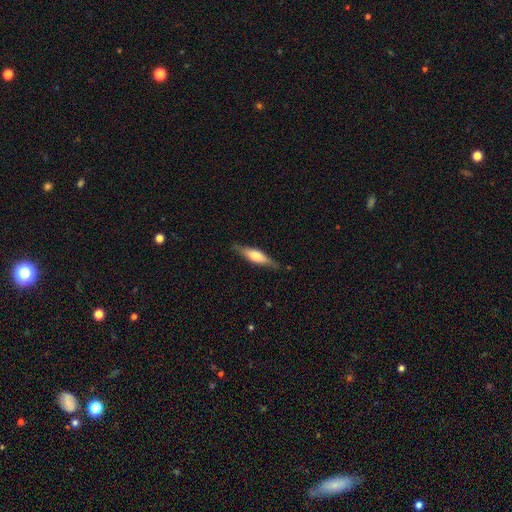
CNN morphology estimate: This appears to be a smooth galaxy with no disk features (49%). Merging: none (83%).